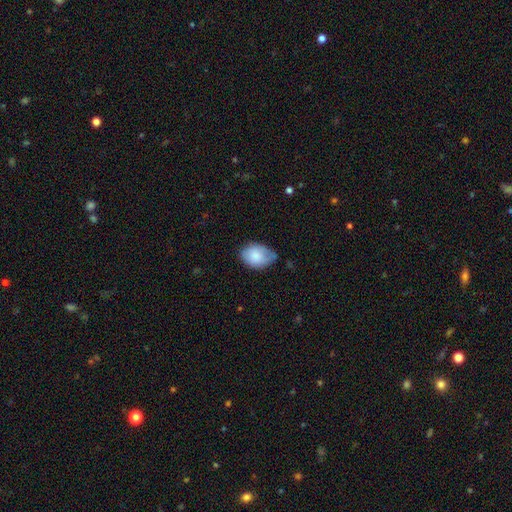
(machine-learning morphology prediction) Q: Smooth or featured?
A: smooth (82%); runner-up: featured or disk (11%)
Q: How rounded?
A: in between (81%); runner-up: round (18%)
Q: Merging?
A: none (50%); runner-up: minor disturbance (40%)